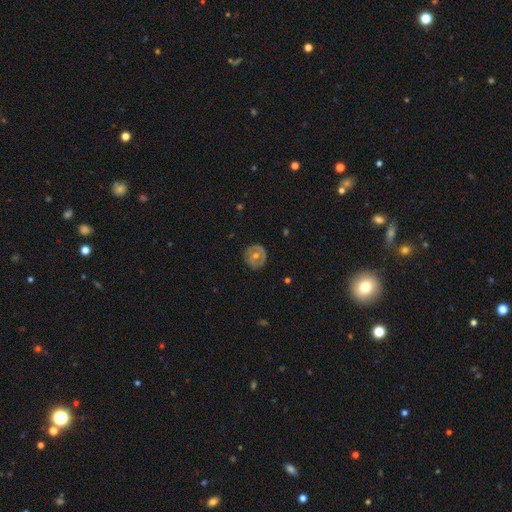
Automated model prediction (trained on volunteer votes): Q: Smooth or featured?
A: featured or disk (56%); runner-up: smooth (36%)
Q: Edge-on disk?
A: no (96%); runner-up: yes (4%)
Q: Bar?
A: no (76%); runner-up: weak (18%)
Q: Spiral arms?
A: no (61%); runner-up: yes (39%)
Q: Bulge size?
A: moderate (66%); runner-up: small (30%)
Q: Merging?
A: none (85%); runner-up: minor disturbance (11%)